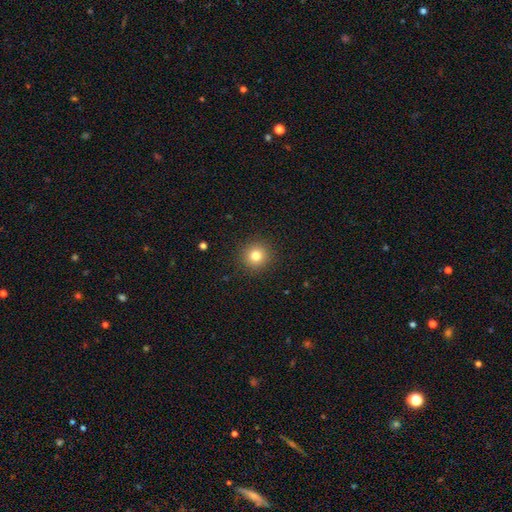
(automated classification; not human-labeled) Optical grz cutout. It shows a smooth galaxy with no disk features (80%) that is round (94%). Merging: none (91%).